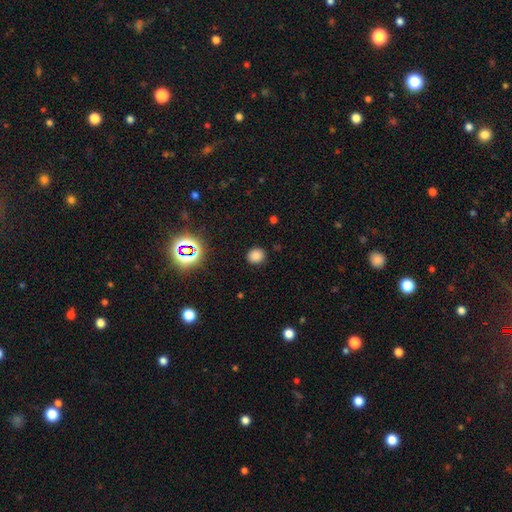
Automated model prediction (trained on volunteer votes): Smooth or featured? smooth (79%)
How rounded? round (80%)
Merging? none (88%)